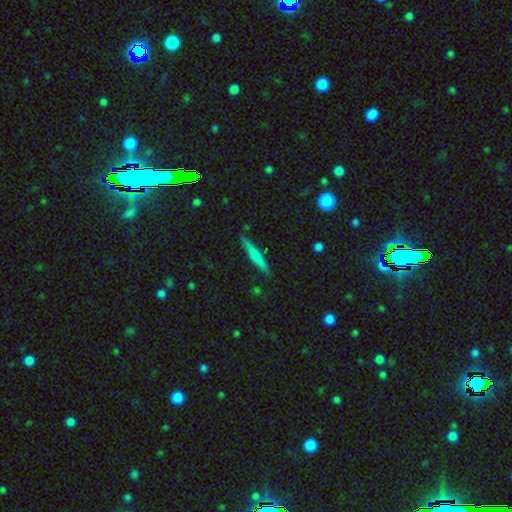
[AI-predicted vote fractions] Smooth or featured? Predicted: smooth (p=0.64). How rounded? Predicted: cigar-shaped (p=0.92). Merging? Predicted: none (p=0.87).